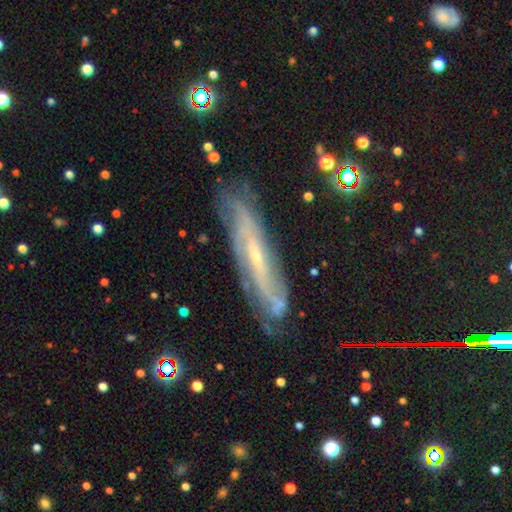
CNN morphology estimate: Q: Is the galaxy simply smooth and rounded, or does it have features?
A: featured or disk — 79%.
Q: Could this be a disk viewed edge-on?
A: no — 60%.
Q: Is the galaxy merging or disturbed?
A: none — 78%.